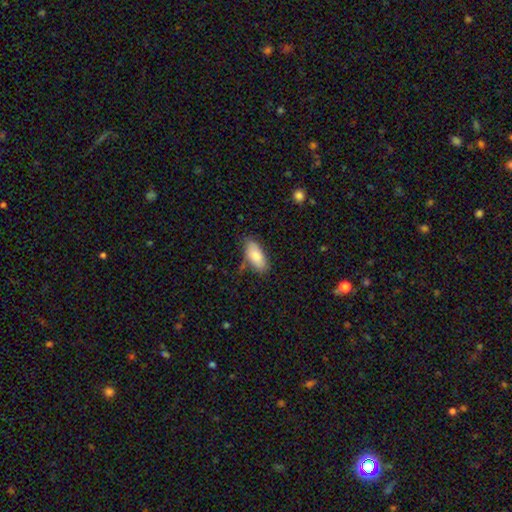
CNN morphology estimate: smooth_or_featured: smooth (p=0.84) [alt: featured or disk p=0.10]
how_rounded: in between (p=0.87) [alt: cigar-shaped p=0.11]
merging: none (p=0.75) [alt: minor disturbance p=0.18]